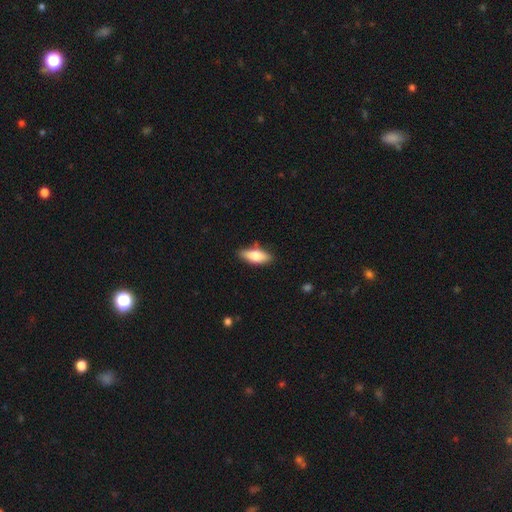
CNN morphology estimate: Smooth or featured? Predicted: smooth (p=0.75). How rounded? Predicted: in between (p=0.73). Merging? Predicted: none (p=0.81).